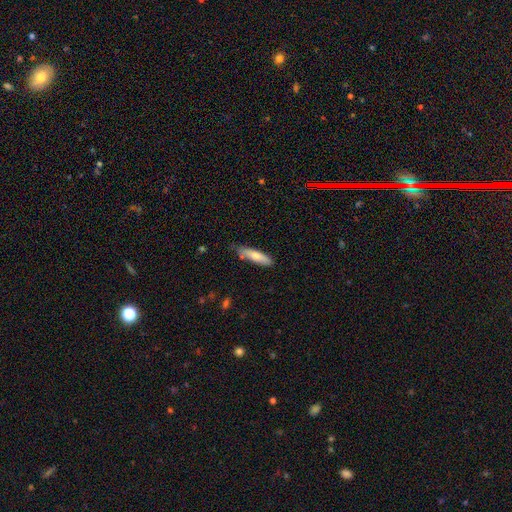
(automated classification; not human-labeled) Smooth or featured? Predicted: smooth (p=0.65). How rounded? Predicted: cigar-shaped (p=0.75). Merging? Predicted: none (p=0.78).